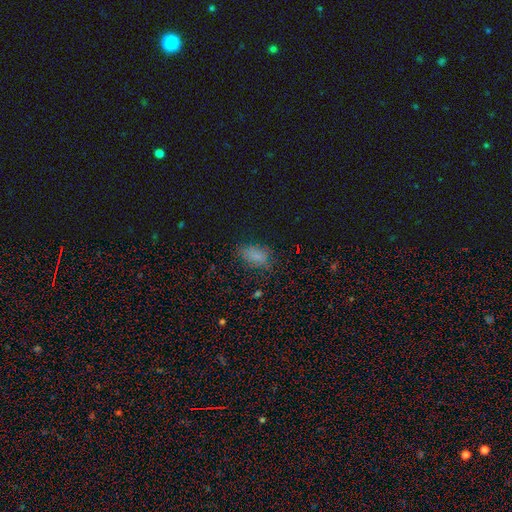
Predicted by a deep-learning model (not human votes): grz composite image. It shows a smooth galaxy with no disk features (75%) that is in between round and cigar-shaped (88%). Merging: none (70%).